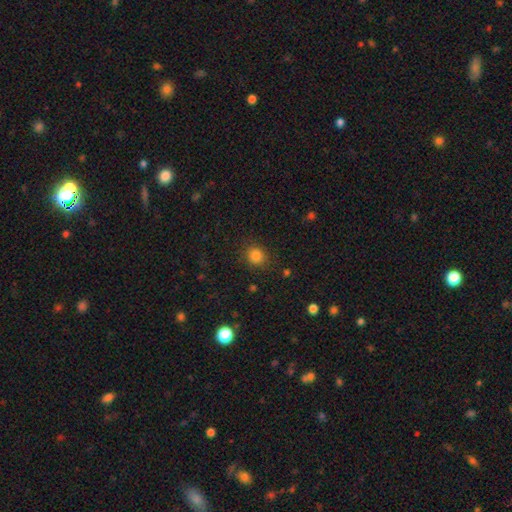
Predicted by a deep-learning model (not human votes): Q: Smooth or featured?
A: smooth (83%); runner-up: star or artifact (13%)
Q: How rounded?
A: round (85%); runner-up: in between (14%)
Q: Merging?
A: none (87%); runner-up: minor disturbance (9%)